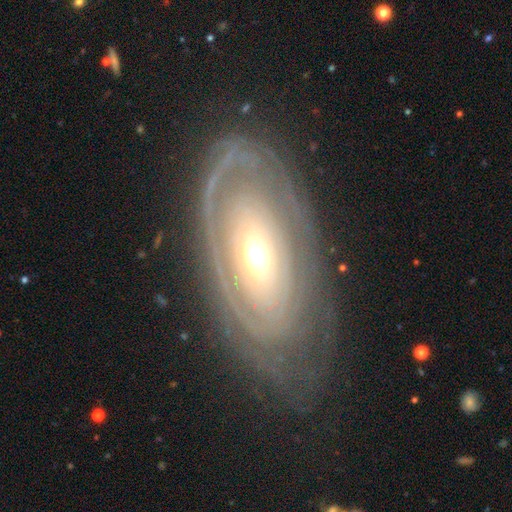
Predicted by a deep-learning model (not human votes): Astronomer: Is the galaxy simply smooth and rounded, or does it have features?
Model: featured or disk — 79%.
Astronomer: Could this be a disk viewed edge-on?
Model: no — 90%.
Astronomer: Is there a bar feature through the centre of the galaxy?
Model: no — 77%.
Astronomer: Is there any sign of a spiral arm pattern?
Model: yes — 62% (runner-up: no, 38%).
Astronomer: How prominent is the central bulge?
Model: moderate — 65%.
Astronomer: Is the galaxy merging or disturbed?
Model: none — 72%.